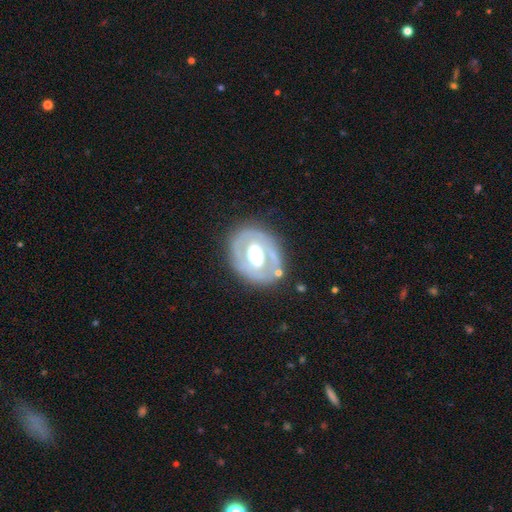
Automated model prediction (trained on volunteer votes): Smooth or featured? Predicted: featured or disk (p=0.65). Edge-on disk? Predicted: no (p=0.94). Bar? Predicted: no (p=0.55). Spiral arms? Predicted: no (p=0.76). Bulge size? Predicted: large (p=0.49). Merging? Predicted: none (p=0.72).